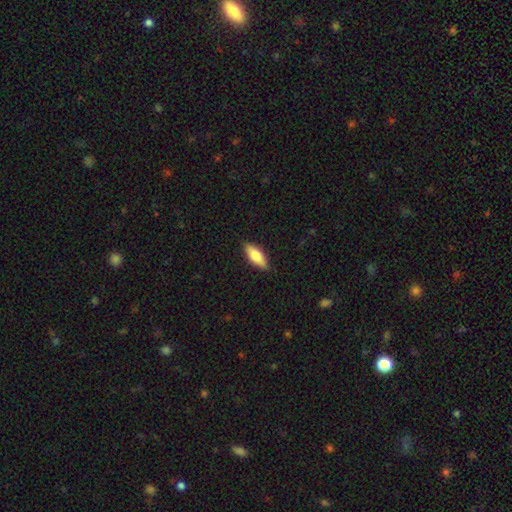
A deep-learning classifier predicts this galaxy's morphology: Q: Smooth or featured?
A: smooth (73%); runner-up: featured or disk (22%)
Q: How rounded?
A: in between (69%); runner-up: cigar-shaped (29%)
Q: Merging?
A: none (88%); runner-up: minor disturbance (10%)